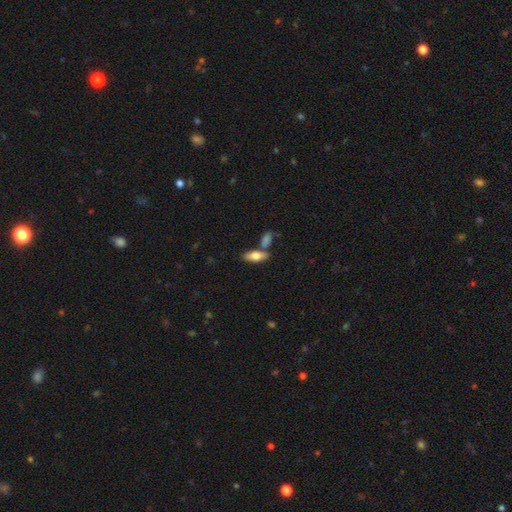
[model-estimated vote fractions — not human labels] smooth-or-featured: smooth: 67% | featured or disk: 26% | star or artifact: 6%
  how-rounded: in between: 71% | cigar-shaped: 26% | round: 3%
  merging: none: 63% | merger: 21% | minor disturbance: 12% | major disturbance: 4%